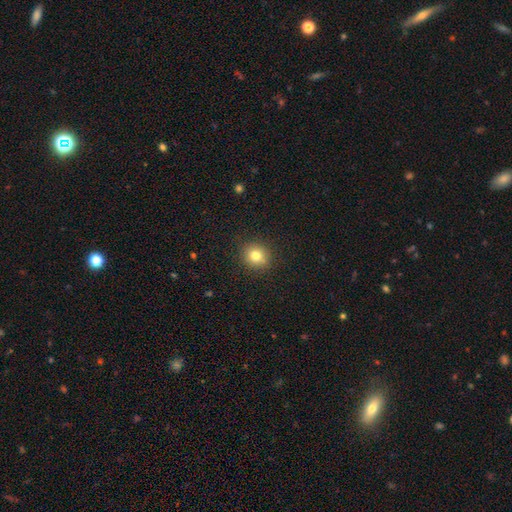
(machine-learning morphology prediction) This appears to be a smooth galaxy with no disk features (79%) that is round (86%). Merging: none (89%).